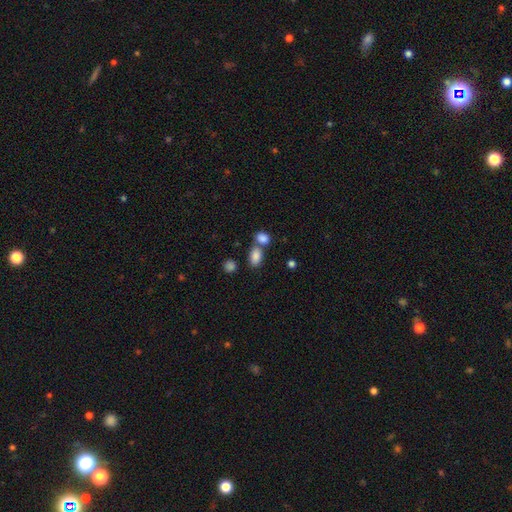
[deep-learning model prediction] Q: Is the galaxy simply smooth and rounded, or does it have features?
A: smooth — 85%.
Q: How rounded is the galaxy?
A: in between — 84%.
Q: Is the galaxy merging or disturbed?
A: none — 47%.